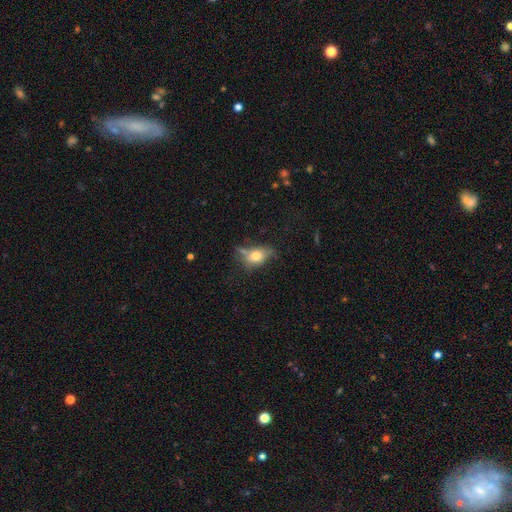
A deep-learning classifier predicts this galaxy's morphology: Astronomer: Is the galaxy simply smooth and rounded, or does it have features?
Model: smooth — 64%.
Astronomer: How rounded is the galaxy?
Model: in between — 75%.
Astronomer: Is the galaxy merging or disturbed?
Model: none — 52%.